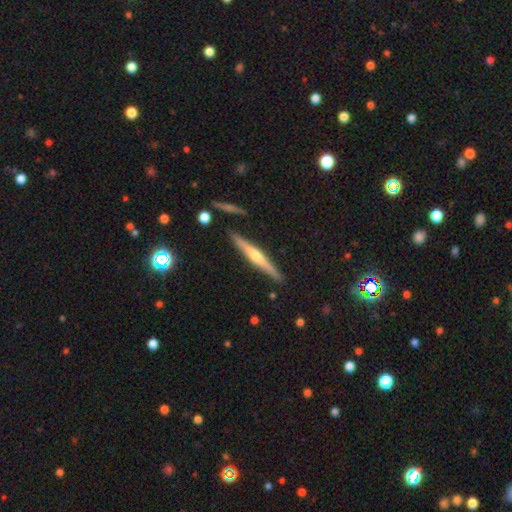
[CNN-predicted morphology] Smooth or featured? Predicted: featured or disk (p=0.71). Edge-on disk? Predicted: yes (p=0.98). Edge-on bulge? Predicted: rounded (p=0.82). Merging? Predicted: none (p=0.89).